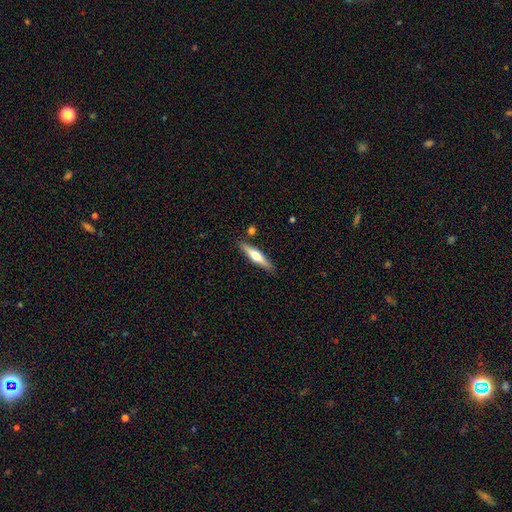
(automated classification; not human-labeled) Smooth or featured? featured or disk (52%)
Edge-on disk? yes (94%)
Merging? none (86%)